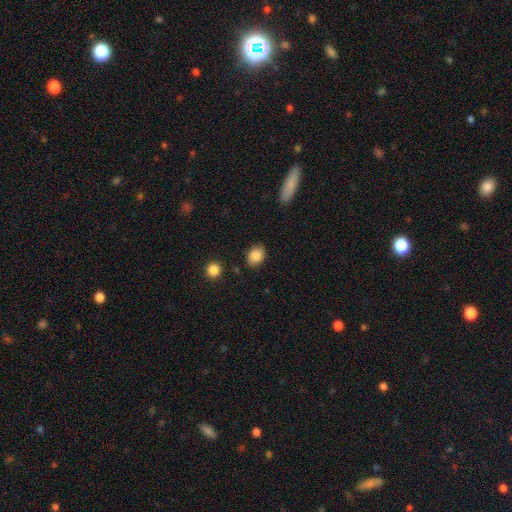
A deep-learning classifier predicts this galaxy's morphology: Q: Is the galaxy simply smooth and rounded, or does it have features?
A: smooth — 87%.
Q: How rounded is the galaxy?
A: in between — 62%.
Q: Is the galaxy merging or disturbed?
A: none — 82%.